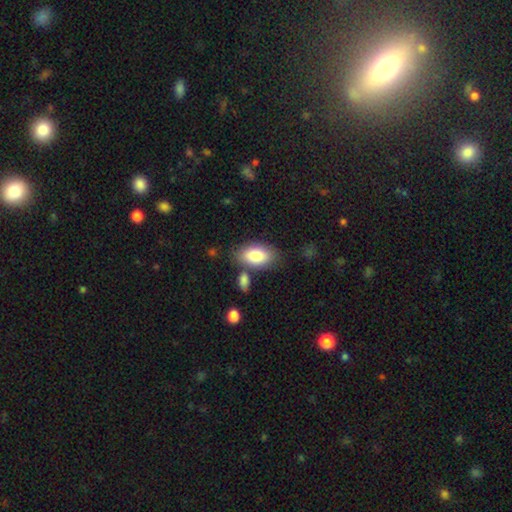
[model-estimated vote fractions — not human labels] A smooth galaxy with no disk features (83%) that is in between round and cigar-shaped (93%). Merging: none (71%).